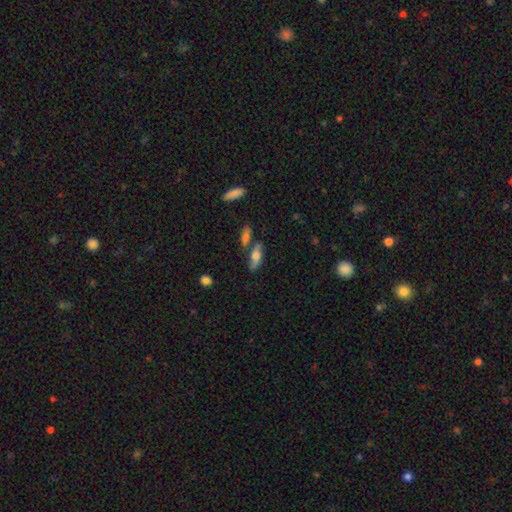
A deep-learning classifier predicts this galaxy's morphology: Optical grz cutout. It shows a smooth galaxy with no disk features (58%) that is in between round and cigar-shaped (63%). Merging: none (61%).